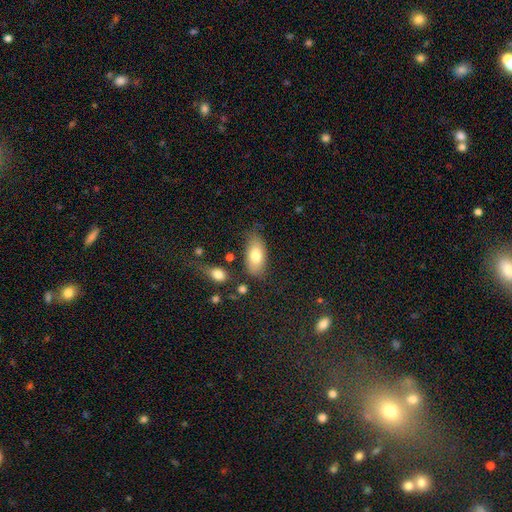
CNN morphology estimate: Smooth or featured?
  - smooth: 77% *
  - featured or disk: 16%
  - star or artifact: 7%
How rounded?
  - in between: 90% *
  - cigar-shaped: 6%
  - round: 4%
Merging?
  - none: 70% *
  - minor disturbance: 19%
  - major disturbance: 5%
  - merger: 5%